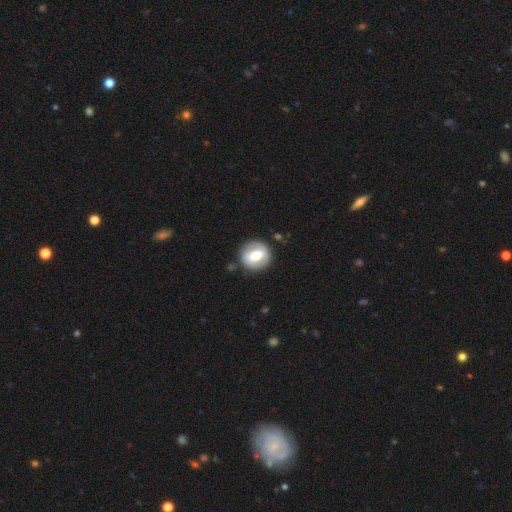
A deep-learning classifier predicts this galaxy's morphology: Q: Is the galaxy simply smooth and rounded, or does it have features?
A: featured or disk — 49%.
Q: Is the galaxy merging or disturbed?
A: none — 84%.